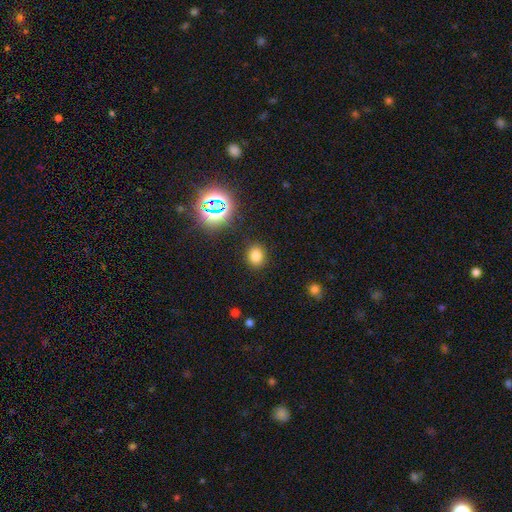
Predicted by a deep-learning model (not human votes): A smooth galaxy with no disk features (76%) that is round (59%).

Vote fractions:
- Smooth or featured? smooth: 76% / star or artifact: 18% / featured or disk: 6%
- How rounded? round: 59% / in between: 39% / cigar-shaped: 1%
- Merging? none: 87% / minor disturbance: 8% / major disturbance: 3% / merger: 2%